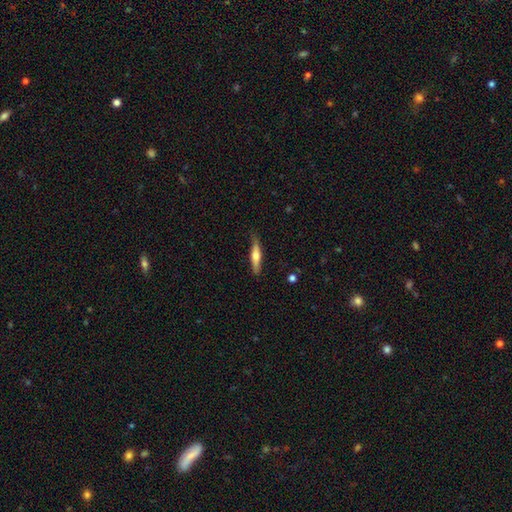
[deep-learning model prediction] A smooth galaxy with no disk features (52%) that is cigar-shaped (84%).

Vote fractions:
- Smooth or featured? smooth: 52% / featured or disk: 42% / star or artifact: 6%
- How rounded? cigar-shaped: 84% / in between: 15% / round: 2%
- Merging? none: 80% / minor disturbance: 16% / major disturbance: 3% / merger: 1%